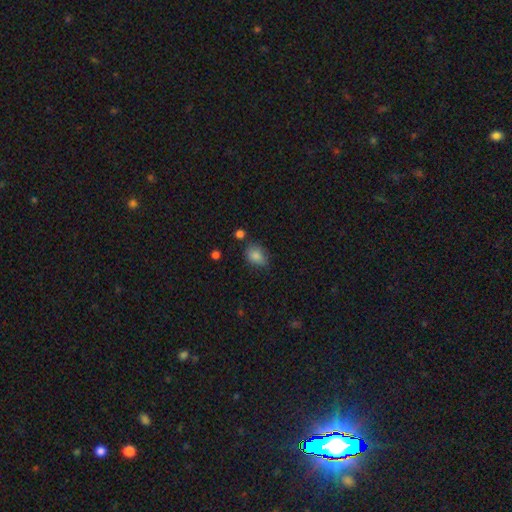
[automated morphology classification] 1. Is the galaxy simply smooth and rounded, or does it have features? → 83% smooth, 10% star or artifact, 7% featured or disk.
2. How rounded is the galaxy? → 72% in between, 27% round, 1% cigar-shaped.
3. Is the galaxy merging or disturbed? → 63% none, 28% minor disturbance, 6% major disturbance, 4% merger.